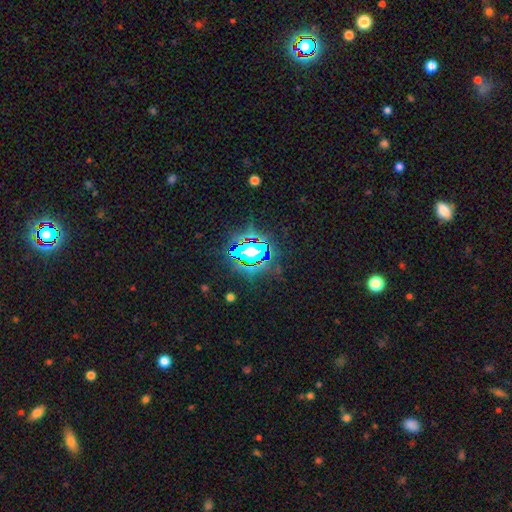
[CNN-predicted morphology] Smooth or featured?
  - star or artifact: 63% *
  - smooth: 21%
  - featured or disk: 16%